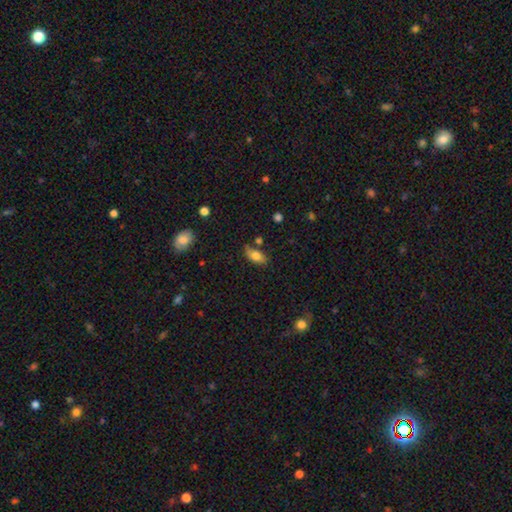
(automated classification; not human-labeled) smooth 77%, featured or disk 15%, star or artifact 8%. Down the decision tree: how rounded — in between (87%); merging — none (70%).